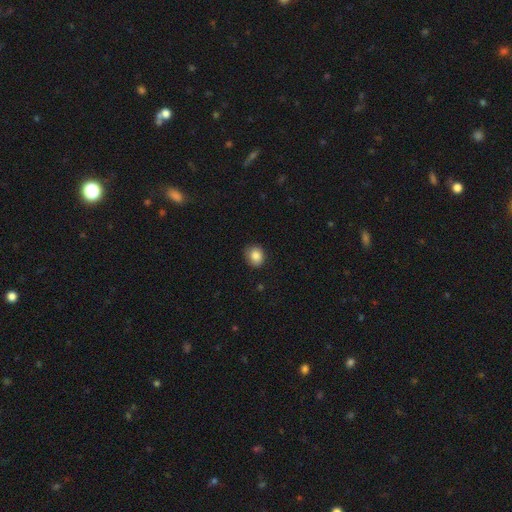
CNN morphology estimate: smooth_or_featured: smooth (p=0.84) [alt: star or artifact p=0.09]
how_rounded: round (p=0.67) [alt: in between p=0.32]
merging: none (p=0.78) [alt: minor disturbance p=0.18]